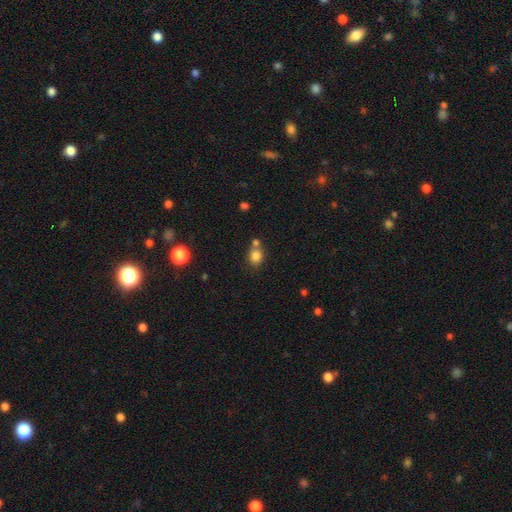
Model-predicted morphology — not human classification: Smooth or featured? smooth (81%)
How rounded? round (62%)
Merging? none (54%)